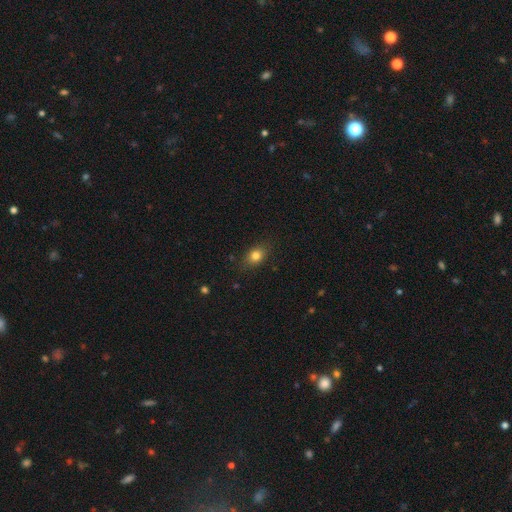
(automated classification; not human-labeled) Overall: smooth (80%). How rounded: in between (65%; round 32%). Merging: none (83%).